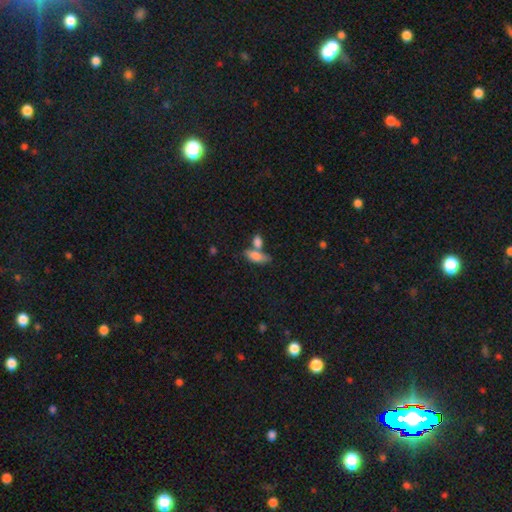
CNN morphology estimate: A smooth galaxy with no disk features (79%) that is in between round and cigar-shaped (78%). Merging: none (42%).